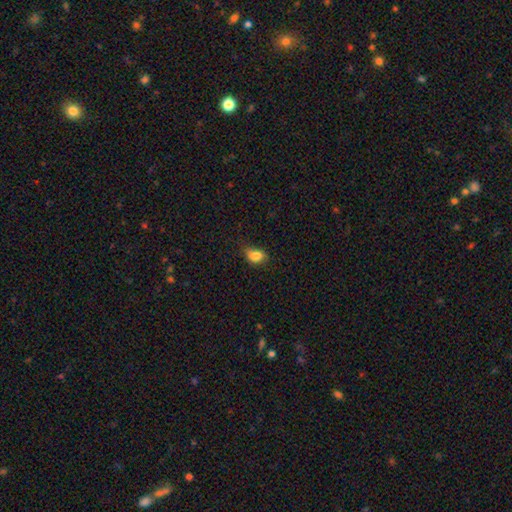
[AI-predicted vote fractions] This appears to be a smooth galaxy with no disk features (83%) that is in between round and cigar-shaped (74%). Merging: none (56%).